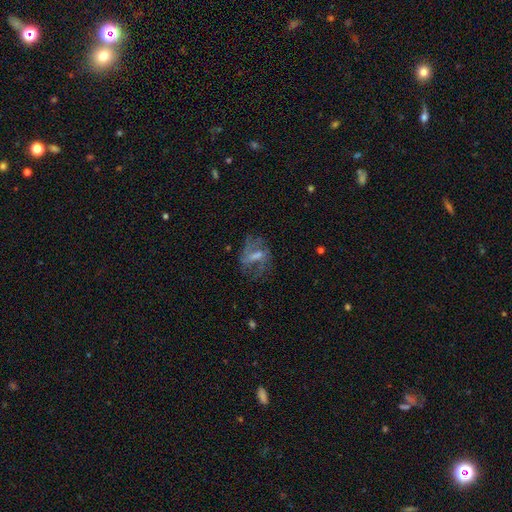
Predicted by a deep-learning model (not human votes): featured or disk 61%, smooth 26%, star or artifact 13%. Down the decision tree: edge-on disk — no (93%); bar — weak (44%); spiral arms — yes (60%); bulge size — moderate (34%); merging — none (53%).